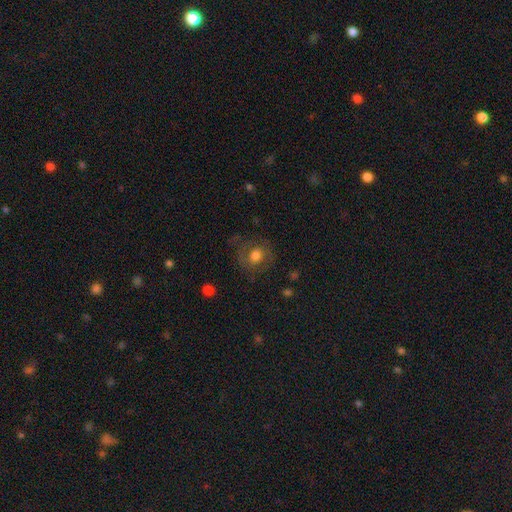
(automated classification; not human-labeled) Q: Smooth or featured?
A: smooth (61%); runner-up: featured or disk (29%)
Q: How rounded?
A: round (75%); runner-up: in between (24%)
Q: Merging?
A: none (69%); runner-up: minor disturbance (17%)